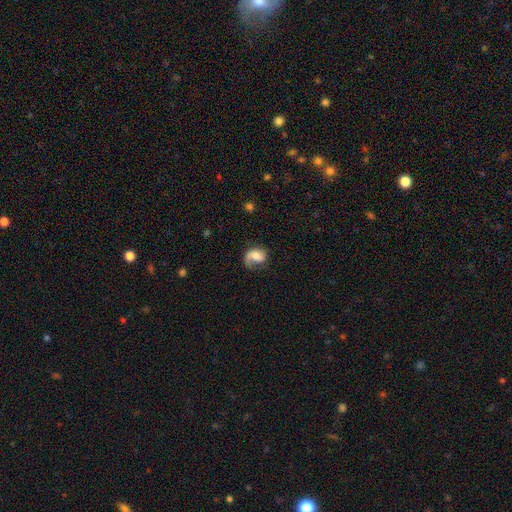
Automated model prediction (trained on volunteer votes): A featured or disk galaxy (58%) with no bar (60%), 1 (69%) loose (48%) spiral arms (91%) and a moderate central bulge (41%).

Vote fractions:
- Smooth or featured? featured or disk: 58% / smooth: 34% / star or artifact: 8%
- Edge-on disk? no: 97% / yes: 3%
- Bar? no: 60% / weak: 33% / strong: 8%
- Spiral arms? yes: 91% / no: 9%
- Spiral winding? loose: 48% / medium: 35% / tight: 17%
- Spiral arm count? 1: 69% / 2: 24% / can't tell: 4% / 3: 1% / 4: 1% / more than 4: 1%
- Bulge size? moderate: 41% / small: 25% / large: 19% / none: 12% / dominant: 4%
- Merging? none: 46% / major disturbance: 28% / minor disturbance: 23% / merger: 3%